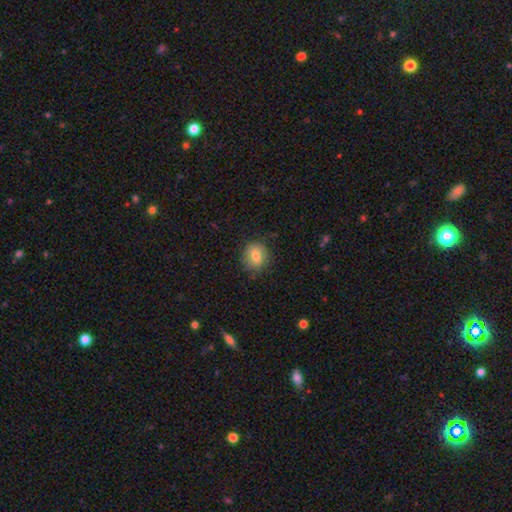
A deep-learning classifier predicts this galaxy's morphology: smooth 74%, featured or disk 17%, star or artifact 10%. Down the decision tree: how rounded — round (81%); merging — none (82%).